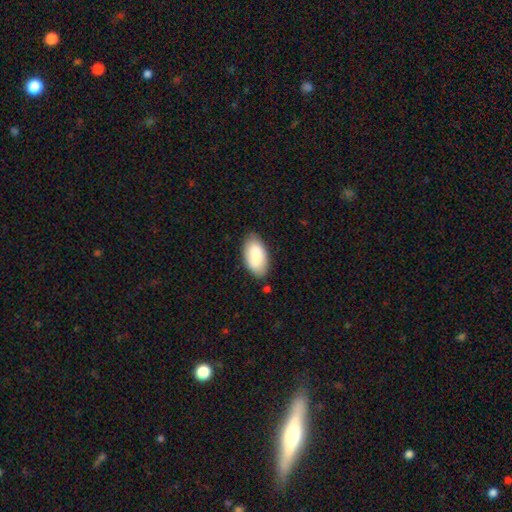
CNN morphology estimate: Overall: smooth (82%). How rounded: in between (95%). Merging: none (81%).